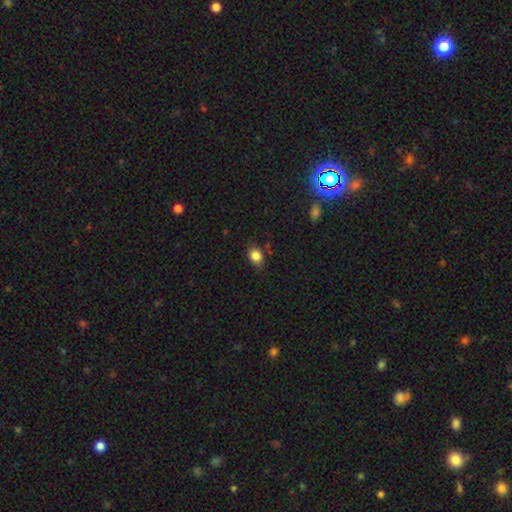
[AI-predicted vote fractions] Overall: smooth (84%). How rounded: in between (52%; round 47%). Merging: none (76%).